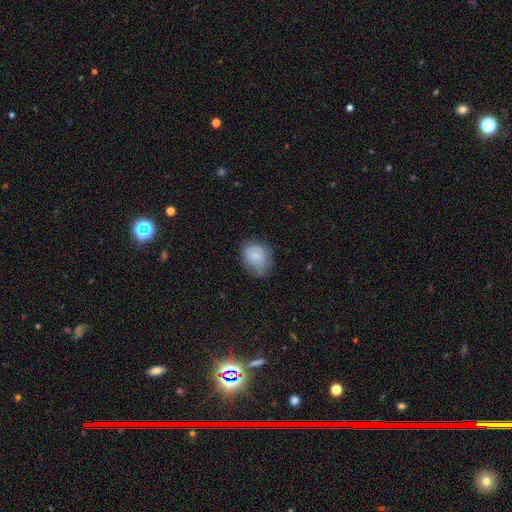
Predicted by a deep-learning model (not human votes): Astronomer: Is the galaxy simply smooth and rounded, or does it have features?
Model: smooth — 79%.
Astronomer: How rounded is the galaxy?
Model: round — 59% (runner-up: in between, 40%).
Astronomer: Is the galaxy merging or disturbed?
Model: none — 63%.